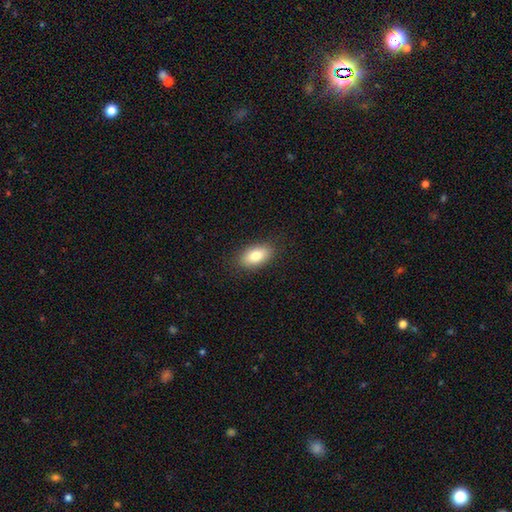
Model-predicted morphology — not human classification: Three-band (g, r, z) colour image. It shows a smooth galaxy with no disk features (81%) that is in between round and cigar-shaped (91%). Merging: none (87%).